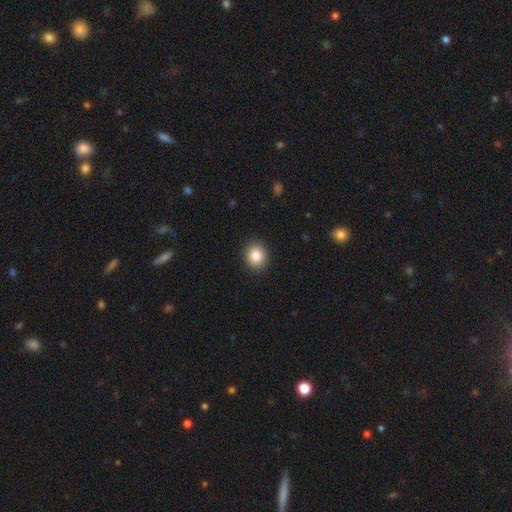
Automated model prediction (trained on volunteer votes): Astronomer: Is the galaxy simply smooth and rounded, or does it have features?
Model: smooth — 85%.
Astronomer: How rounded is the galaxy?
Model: round — 72%.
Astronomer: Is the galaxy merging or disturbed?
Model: none — 90%.